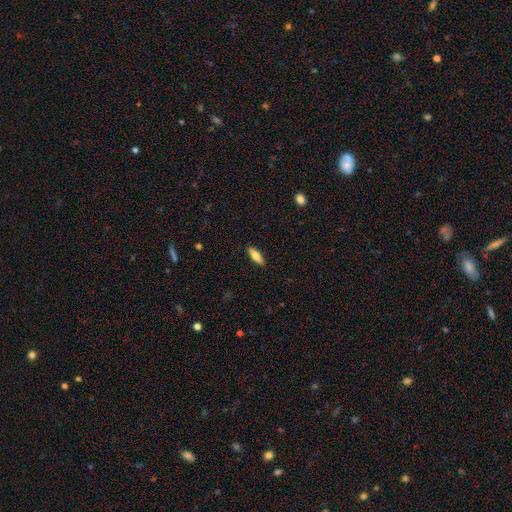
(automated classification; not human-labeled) Smooth or featured? Predicted: smooth (p=0.70). How rounded? Predicted: in between (p=0.56). Merging? Predicted: none (p=0.89).